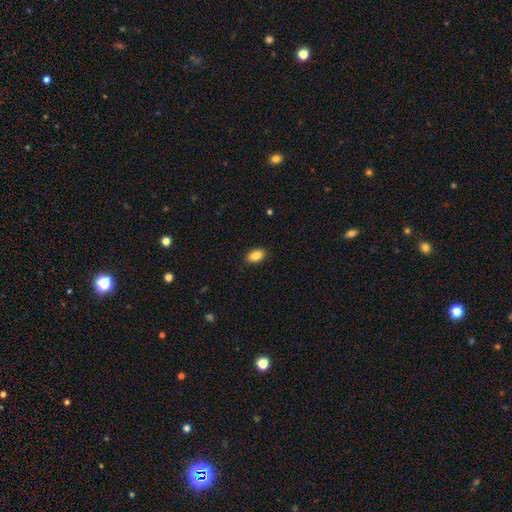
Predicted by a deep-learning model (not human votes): Q: Smooth or featured?
A: smooth (87%); runner-up: star or artifact (8%)
Q: How rounded?
A: in between (90%); runner-up: round (8%)
Q: Merging?
A: none (89%); runner-up: minor disturbance (8%)